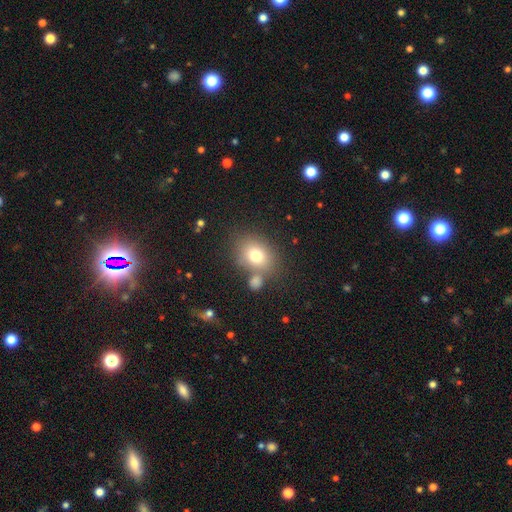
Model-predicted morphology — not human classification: Smooth or featured? Predicted: smooth (p=0.75). How rounded? Predicted: in between (p=0.51). Merging? Predicted: none (p=0.64).